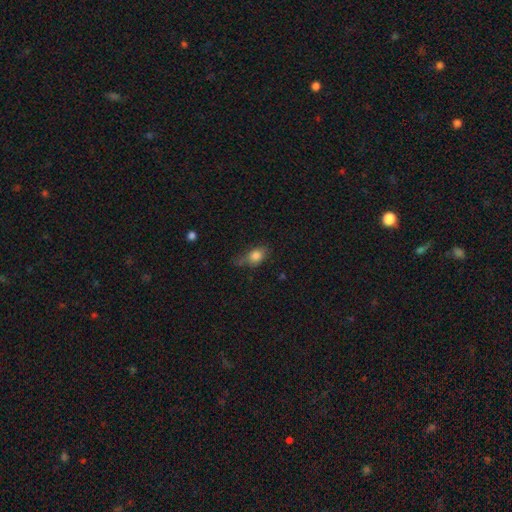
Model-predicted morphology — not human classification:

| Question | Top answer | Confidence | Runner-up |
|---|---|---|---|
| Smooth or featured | smooth | 80% | featured or disk (11%) |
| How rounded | in between | 71% | round (24%) |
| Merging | none | 46% | minor disturbance (34%) |